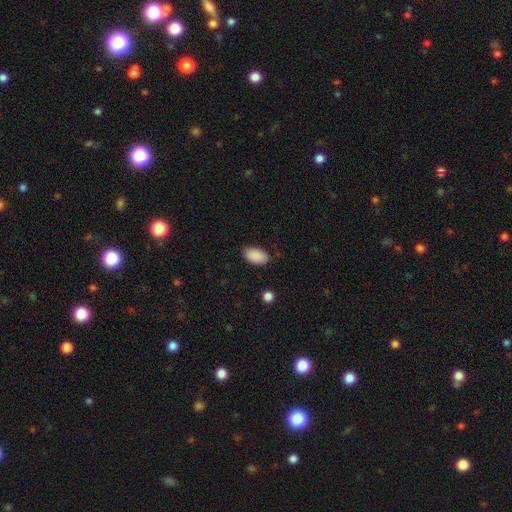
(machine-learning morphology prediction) Smooth or featured?
  - smooth: 90% *
  - star or artifact: 7%
  - featured or disk: 3%
How rounded?
  - in between: 94% *
  - round: 4%
  - cigar-shaped: 2%
Merging?
  - none: 83% *
  - minor disturbance: 13%
  - major disturbance: 3%
  - merger: 1%